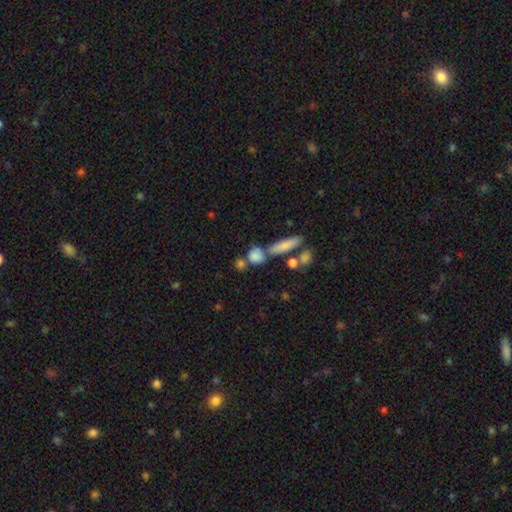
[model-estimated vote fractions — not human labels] Morphology: type=smooth (79%); roundness=round (59%); merging=none (55%).